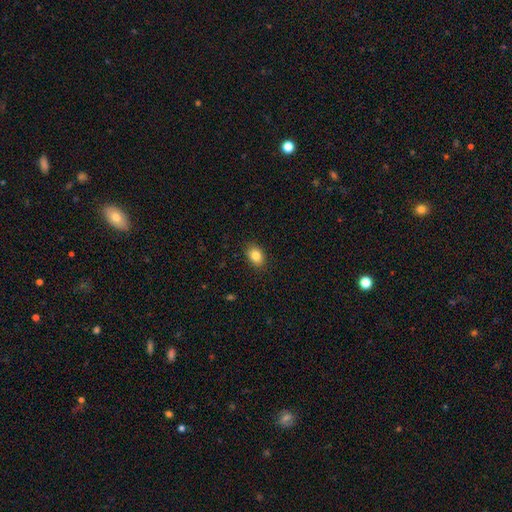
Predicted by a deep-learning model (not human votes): Q: Smooth or featured?
A: smooth (84%); runner-up: star or artifact (9%)
Q: How rounded?
A: in between (73%); runner-up: round (26%)
Q: Merging?
A: none (88%); runner-up: minor disturbance (9%)